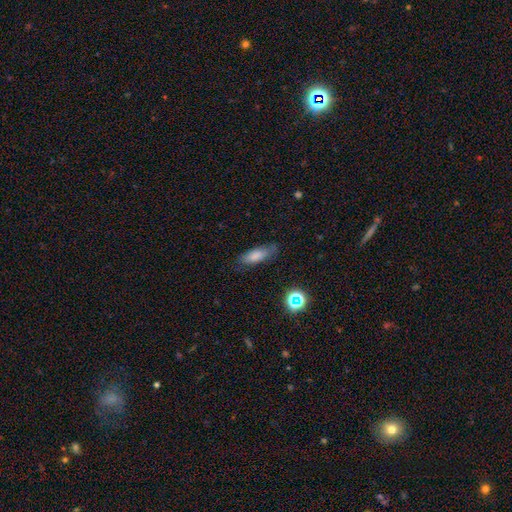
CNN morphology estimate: A smooth galaxy with no disk features (78%) that is in between round and cigar-shaped (68%).

Vote fractions:
- Smooth or featured? smooth: 78% / featured or disk: 12% / star or artifact: 10%
- How rounded? in between: 68% / cigar-shaped: 29% / round: 3%
- Merging? none: 74% / minor disturbance: 19% / major disturbance: 5% / merger: 2%